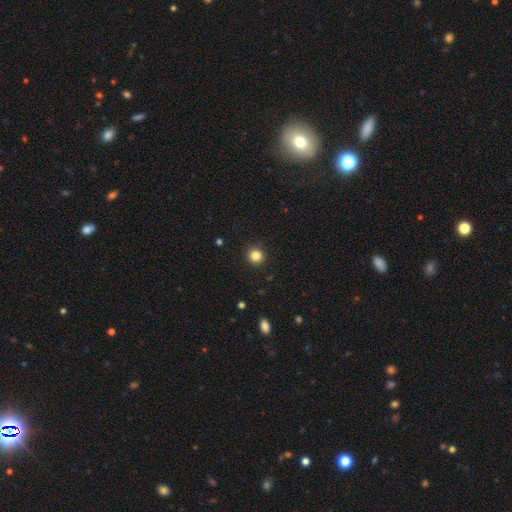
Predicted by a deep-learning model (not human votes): This appears to be a smooth galaxy with no disk features (83%) that is round (93%). Merging: none (92%).